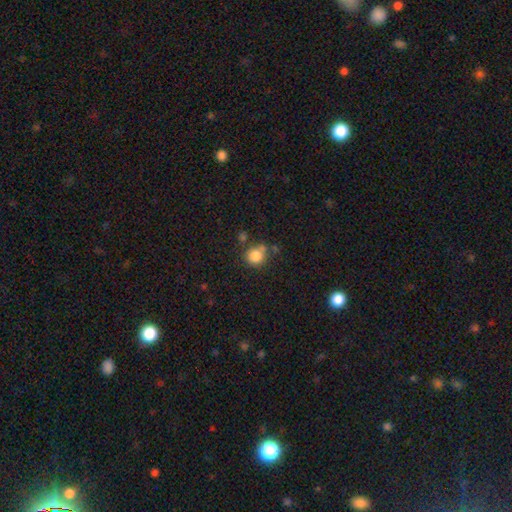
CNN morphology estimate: smooth-or-featured: smooth: 83% | star or artifact: 11% | featured or disk: 6%
  how-rounded: round: 85% | in between: 14% | cigar-shaped: 1%
  merging: none: 63% | minor disturbance: 17% | merger: 15% | major disturbance: 5%